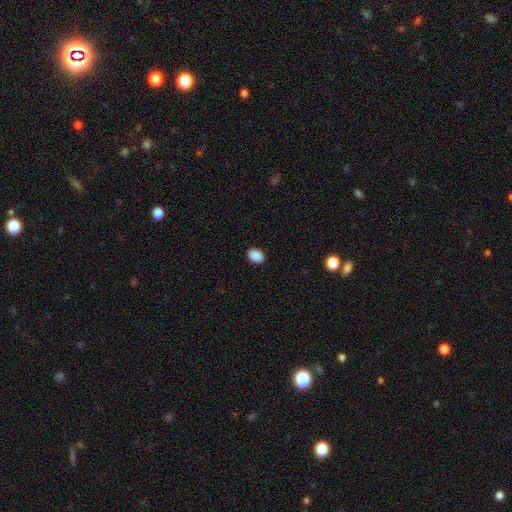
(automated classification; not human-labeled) Q: Smooth or featured?
A: smooth (89%); runner-up: star or artifact (8%)
Q: How rounded?
A: in between (68%); runner-up: round (31%)
Q: Merging?
A: none (90%); runner-up: minor disturbance (7%)